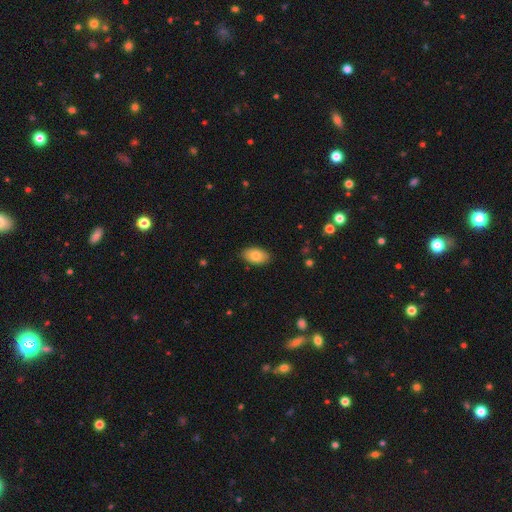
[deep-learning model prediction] Smooth or featured? smooth (83%)
How rounded? in between (93%)
Merging? none (85%)